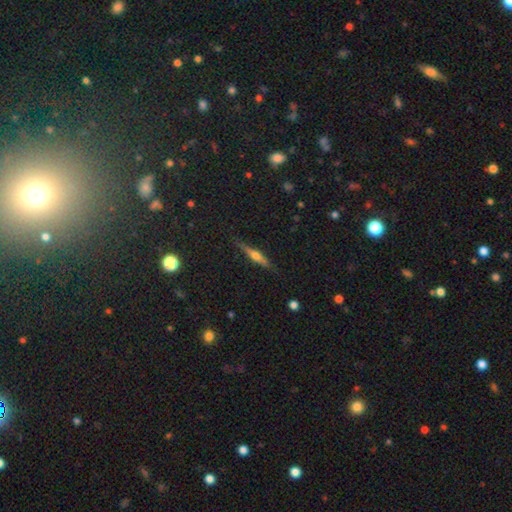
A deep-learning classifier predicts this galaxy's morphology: type=featured or disk (63%); edge-on=yes (96%); edge-on bulge=rounded (84%); merging=none (86%).